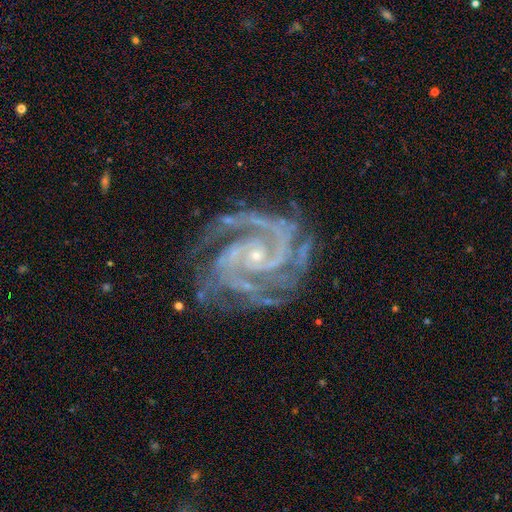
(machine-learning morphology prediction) The model was most divided on "spiral winding": tight: 63%, medium: 34%, loose: 4%. More confident: spiral arms — yes (99%); edge-on disk — no (98%); smooth or featured — featured or disk (93%); bulge size — small (83%); merging — none (70%); bar — no (65%); spiral arm count — 2 (53%).